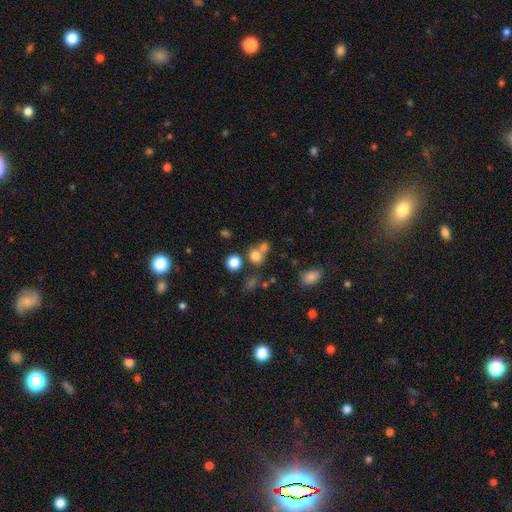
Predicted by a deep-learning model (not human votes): Smooth or featured: smooth — 77% (star or artifact — 15%)
How rounded: round — 77% (in between — 22%)
Merging: none — 53% (merger — 35%)